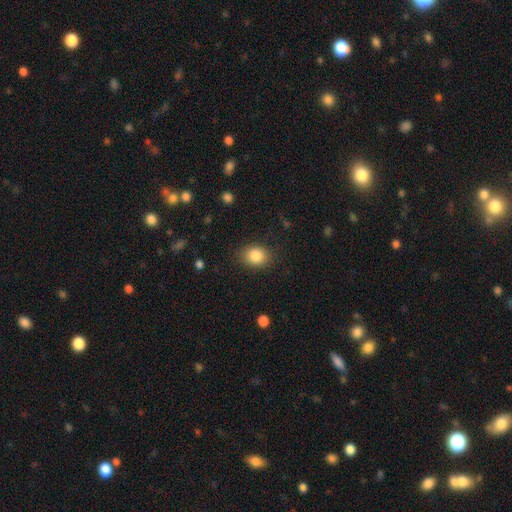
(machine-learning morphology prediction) Smooth or featured: smooth — 85% (star or artifact — 9%)
How rounded: in between — 51% (round — 48%)
Merging: none — 84% (minor disturbance — 11%)